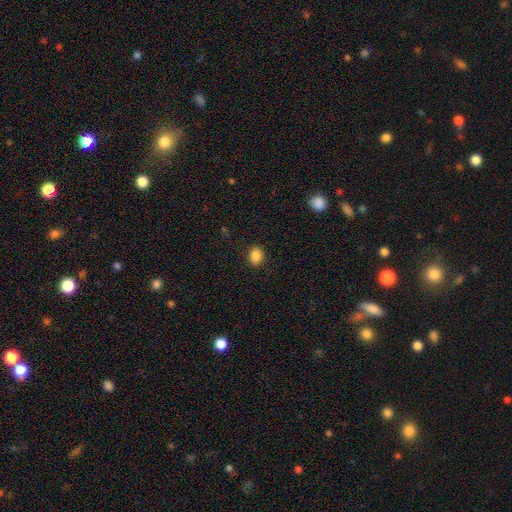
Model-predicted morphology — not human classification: smooth-or-featured: smooth: 87% | star or artifact: 10% | featured or disk: 3%
  how-rounded: round: 53% | in between: 46% | cigar-shaped: 1%
  merging: none: 89% | minor disturbance: 7% | major disturbance: 2% | merger: 1%